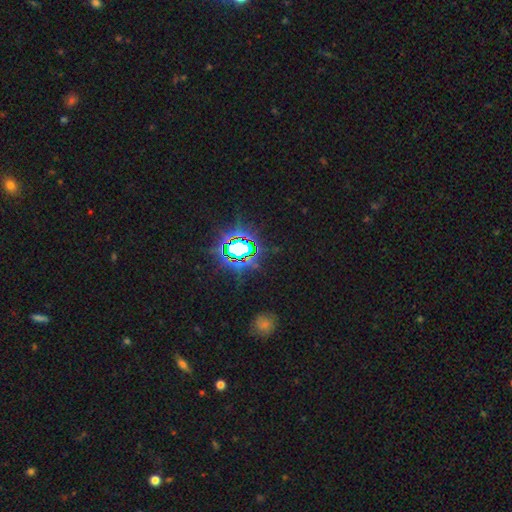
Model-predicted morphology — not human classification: This is clearly a star or artifact rather than a galaxy (81%).